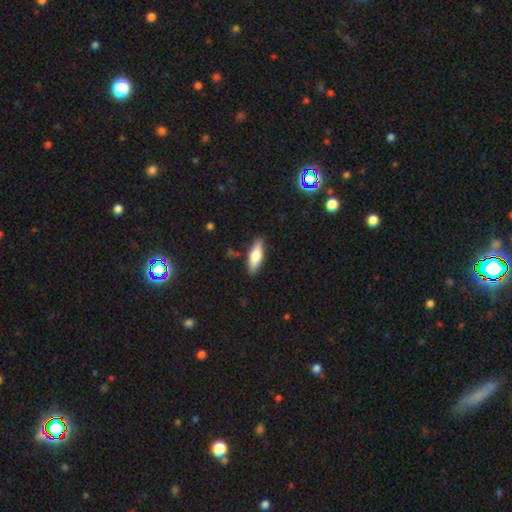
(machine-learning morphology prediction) A smooth galaxy with no disk features (71%) that is in between round and cigar-shaped (51%).

Vote fractions:
- Smooth or featured? smooth: 71% / featured or disk: 24% / star or artifact: 6%
- How rounded? in between: 51% / cigar-shaped: 47% / round: 2%
- Merging? none: 87% / minor disturbance: 9% / major disturbance: 2% / merger: 1%